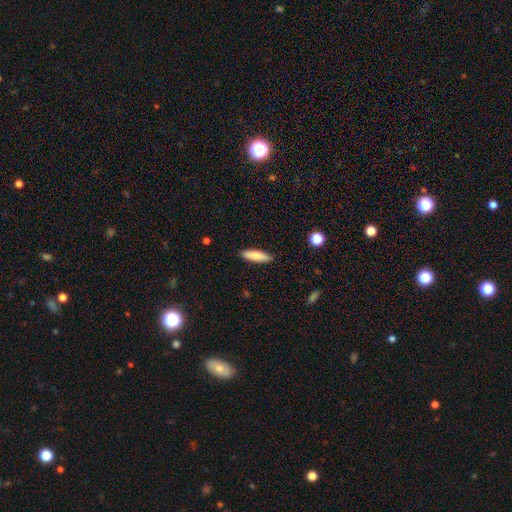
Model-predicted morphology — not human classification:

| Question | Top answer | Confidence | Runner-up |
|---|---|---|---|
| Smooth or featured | smooth | 82% | featured or disk (12%) |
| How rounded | cigar-shaped | 64% | in between (34%) |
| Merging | none | 89% | minor disturbance (8%) |